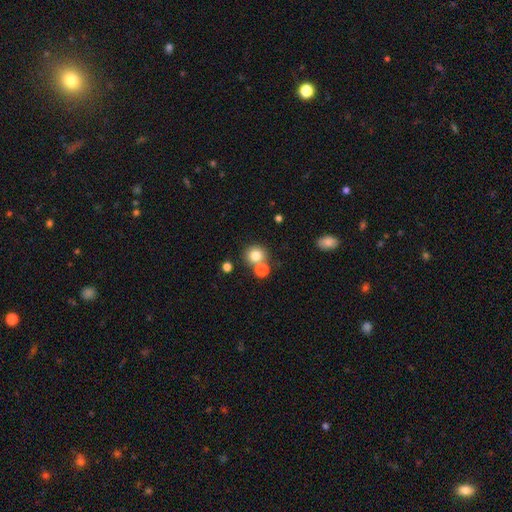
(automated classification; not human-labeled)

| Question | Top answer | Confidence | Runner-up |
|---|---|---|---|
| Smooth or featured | smooth | 79% | star or artifact (13%) |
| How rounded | round | 89% | in between (10%) |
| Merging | none | 65% | merger (23%) |